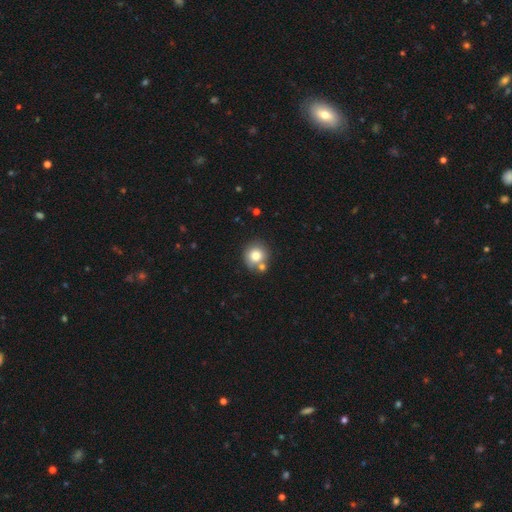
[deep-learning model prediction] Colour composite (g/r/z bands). It shows a smooth galaxy with no disk features (79%) that is round (89%). Merging: none (64%).